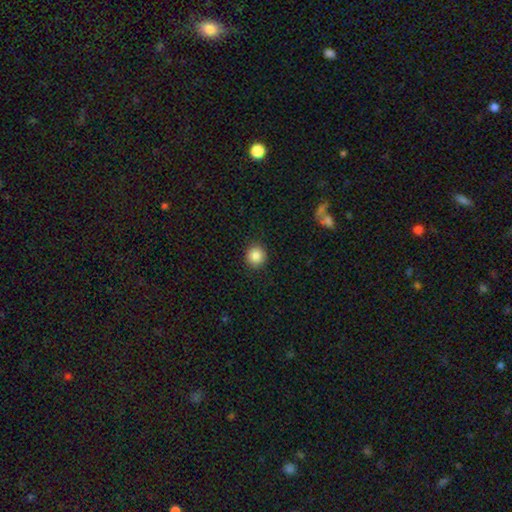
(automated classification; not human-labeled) Morphology: type=smooth (86%); roundness=round (90%); merging=none (90%).